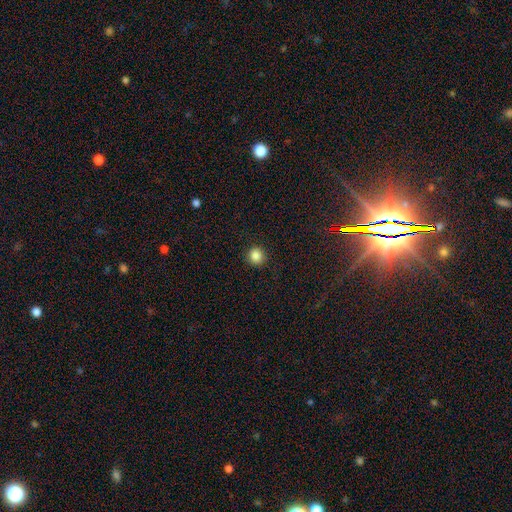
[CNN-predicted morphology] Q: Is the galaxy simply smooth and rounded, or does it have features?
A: smooth — 86%.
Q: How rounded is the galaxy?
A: round — 93%.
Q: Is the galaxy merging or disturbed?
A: none — 91%.